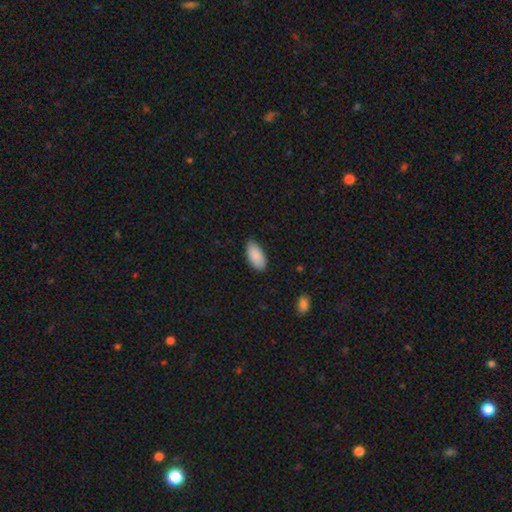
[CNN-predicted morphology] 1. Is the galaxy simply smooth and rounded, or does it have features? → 89% smooth, 6% star or artifact, 5% featured or disk.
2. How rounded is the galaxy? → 93% in between, 5% cigar-shaped, 2% round.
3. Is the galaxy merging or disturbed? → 84% none, 13% minor disturbance, 2% major disturbance, 1% merger.